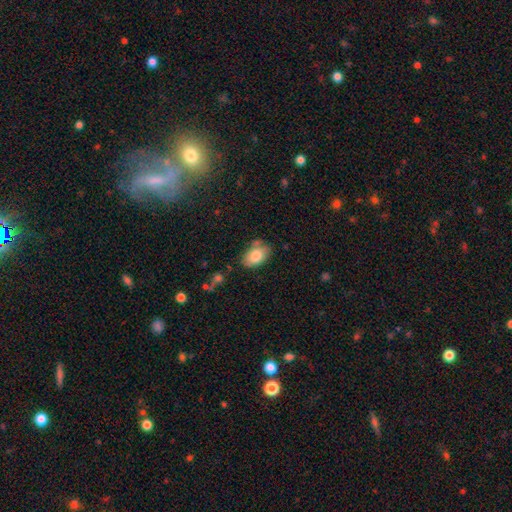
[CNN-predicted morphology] smooth 82%, featured or disk 11%, star or artifact 7%. Down the decision tree: how rounded — in between (90%); merging — none (68%).